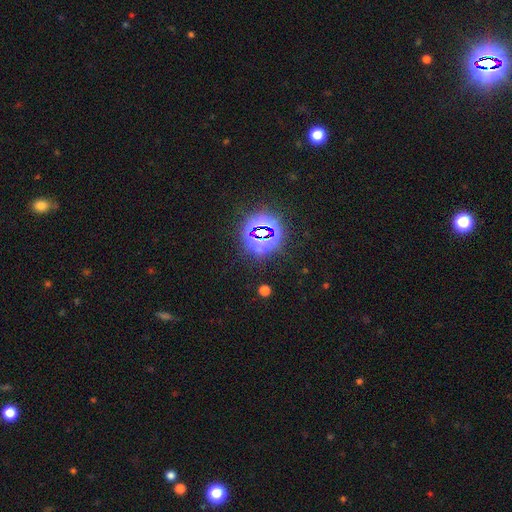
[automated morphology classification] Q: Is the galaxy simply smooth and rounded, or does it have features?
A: star or artifact — 82%.